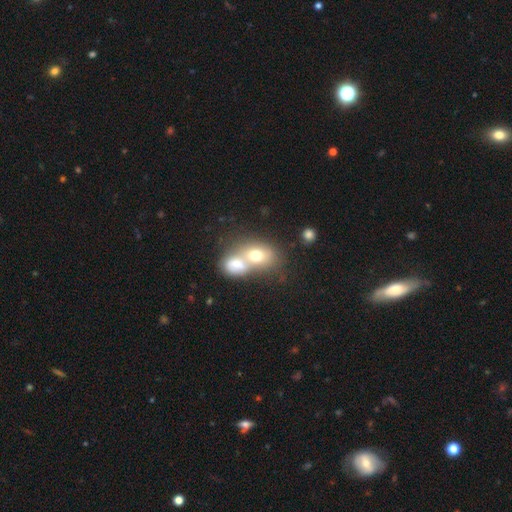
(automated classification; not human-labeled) Overall: smooth (67%). How rounded: in between (58%; round 40%). Merging: merger (68%).